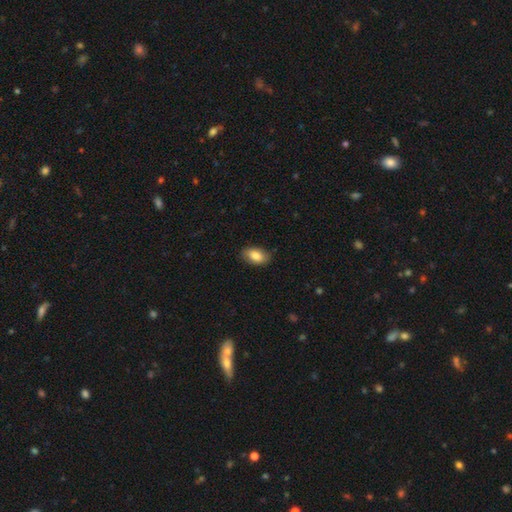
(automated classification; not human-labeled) This is clearly a smooth galaxy (83%). How rounded: clearly in between (92%). Merging: clearly none (84%).